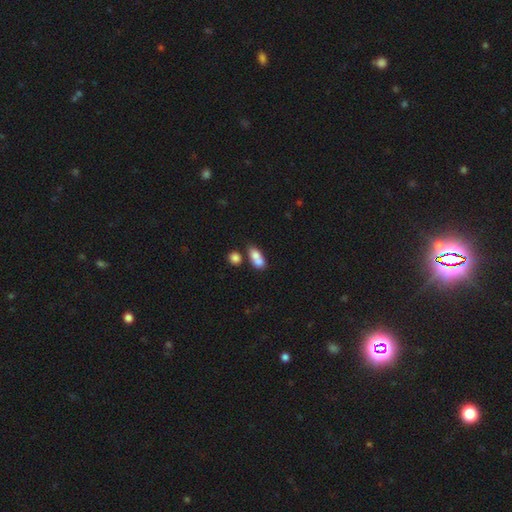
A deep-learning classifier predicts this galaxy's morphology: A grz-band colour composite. It shows a smooth galaxy with no disk features (74%) that is in between round and cigar-shaped (72%). Merging: merger (59%).